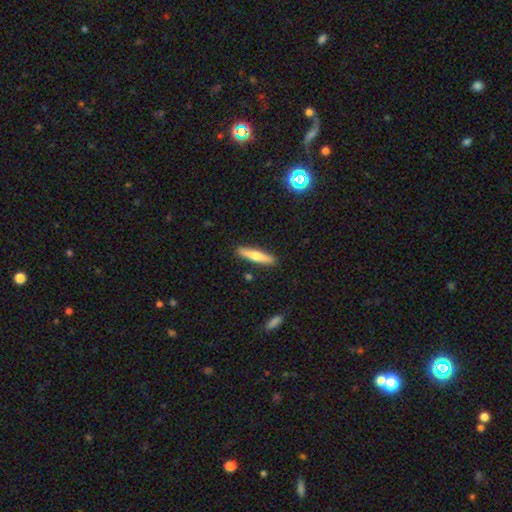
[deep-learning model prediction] smooth-or-featured: smooth: 62% | featured or disk: 32% | star or artifact: 6%
  how-rounded: cigar-shaped: 85% | in between: 13% | round: 2%
  merging: none: 88% | minor disturbance: 8% | merger: 2% | major disturbance: 2%